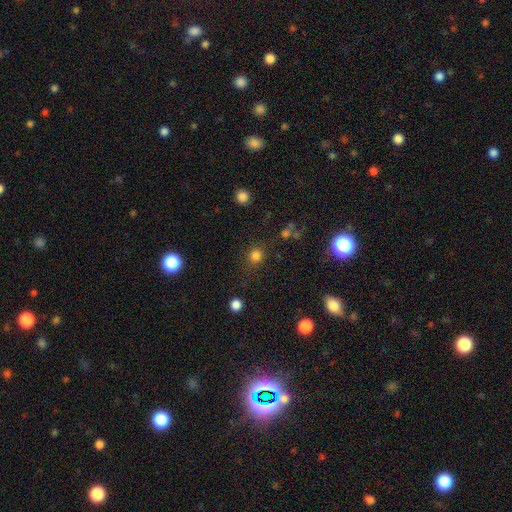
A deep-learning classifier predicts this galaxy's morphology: The model was most divided on "smooth or featured": smooth: 80%, star or artifact: 15%, featured or disk: 5%. More confident: how rounded — round (87%); merging — none (81%).